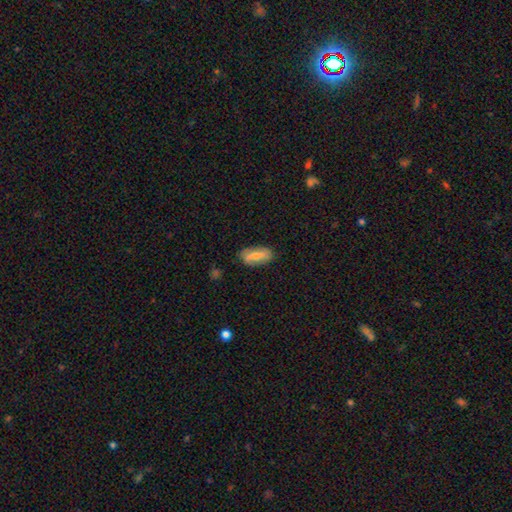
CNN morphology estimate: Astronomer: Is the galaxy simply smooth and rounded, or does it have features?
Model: smooth — 53% (runner-up: featured or disk, 40%).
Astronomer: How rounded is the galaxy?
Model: in between — 79%.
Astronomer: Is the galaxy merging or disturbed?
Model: none — 82%.